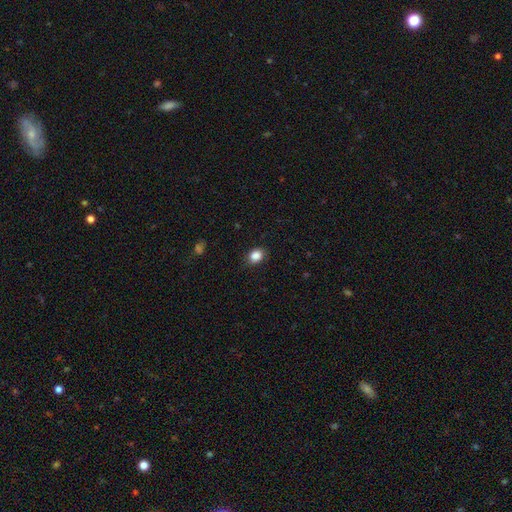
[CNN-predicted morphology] A smooth galaxy with no disk features (87%) that is in between round and cigar-shaped (57%).

Vote fractions:
- Smooth or featured? smooth: 87% / star or artifact: 9% / featured or disk: 4%
- How rounded? in between: 57% / round: 42% / cigar-shaped: 1%
- Merging? none: 82% / minor disturbance: 13% / major disturbance: 3% / merger: 1%